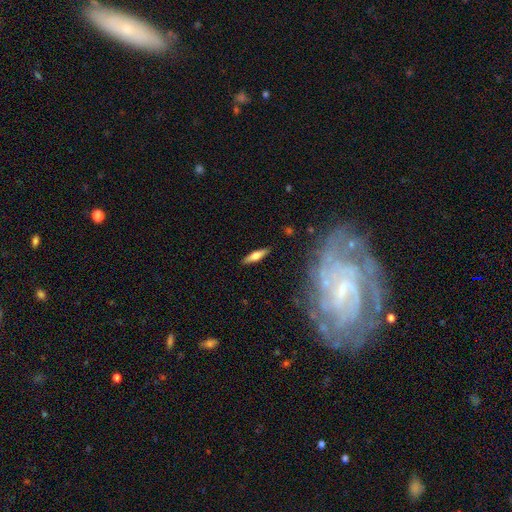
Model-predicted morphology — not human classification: smooth-or-featured: smooth: 55% | featured or disk: 38% | star or artifact: 7%
  how-rounded: cigar-shaped: 62% | in between: 35% | round: 2%
  merging: none: 88% | minor disturbance: 9% | major disturbance: 2% | merger: 1%